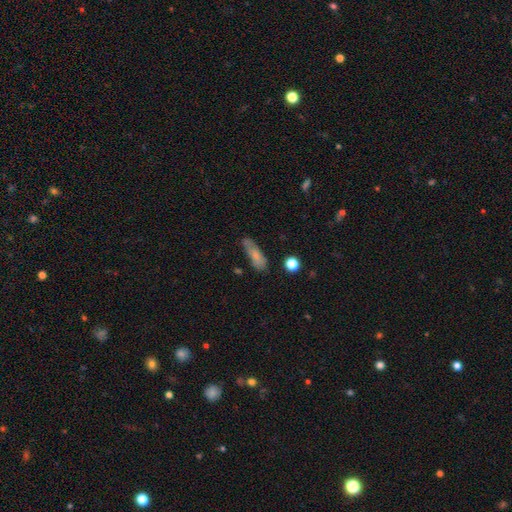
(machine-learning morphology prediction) A smooth galaxy with no disk features (70%) that is in between round and cigar-shaped (60%). Merging: none (61%).